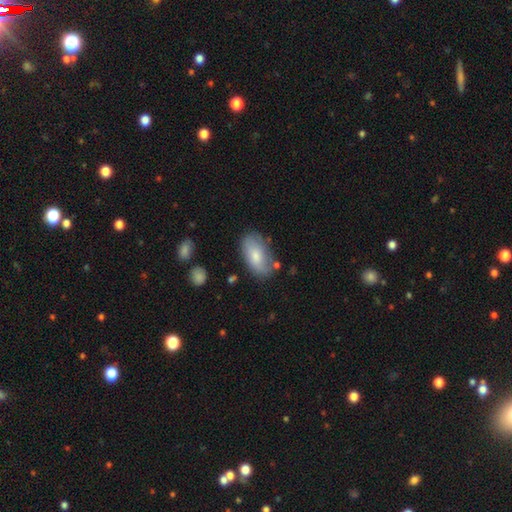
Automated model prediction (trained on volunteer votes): Morphology: type=smooth (74%); roundness=in between (93%); merging=none (72%).